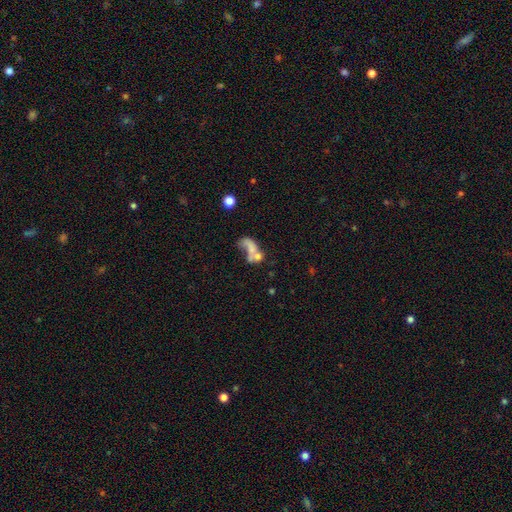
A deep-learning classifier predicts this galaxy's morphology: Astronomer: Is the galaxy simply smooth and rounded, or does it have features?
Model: smooth — 49% (runner-up: featured or disk, 37%).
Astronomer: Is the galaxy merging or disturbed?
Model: merger — 49% (runner-up: major disturbance, 26%).